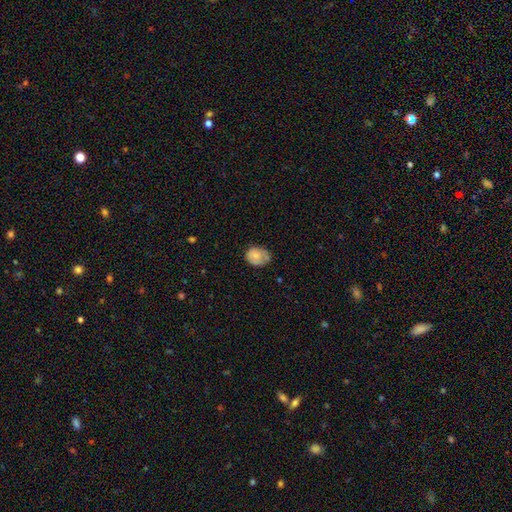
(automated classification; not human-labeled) A smooth galaxy with no disk features (73%) that is in between round and cigar-shaped (56%). Merging: none (51%).